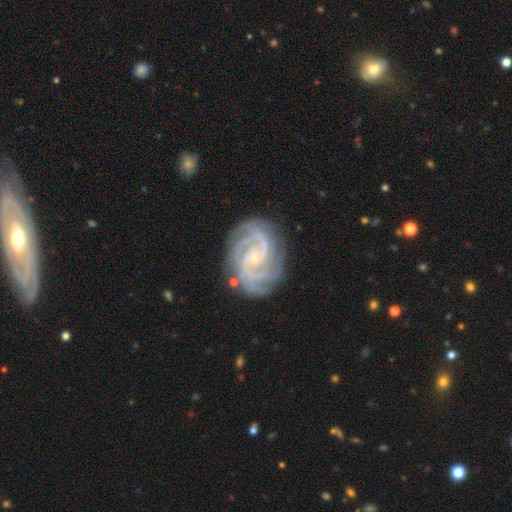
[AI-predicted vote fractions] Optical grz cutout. It shows a featured or disk galaxy (90%) with no bar (47%), 2 (37%) tight (63%) spiral arms (99%) and a small central bulge (74%). Merging: none (82%).